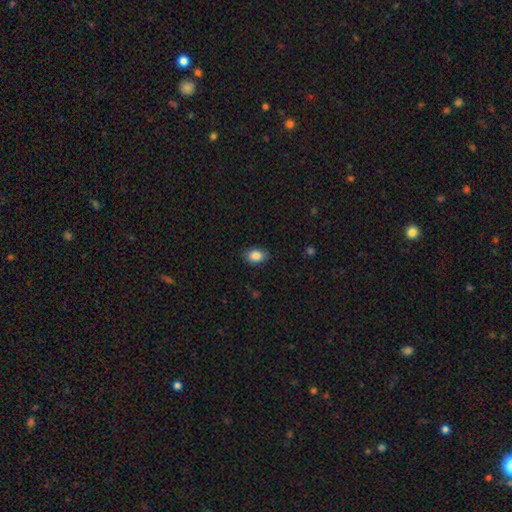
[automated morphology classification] This is clearly a smooth galaxy (86%). How rounded: likely in between (78%). Merging: clearly none (86%).